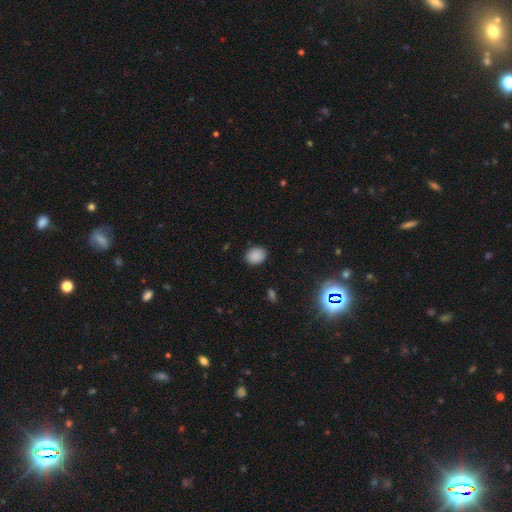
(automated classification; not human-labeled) Smooth or featured: smooth — 86% (star or artifact — 10%)
How rounded: in between — 57% (round — 43%)
Merging: none — 87% (minor disturbance — 10%)